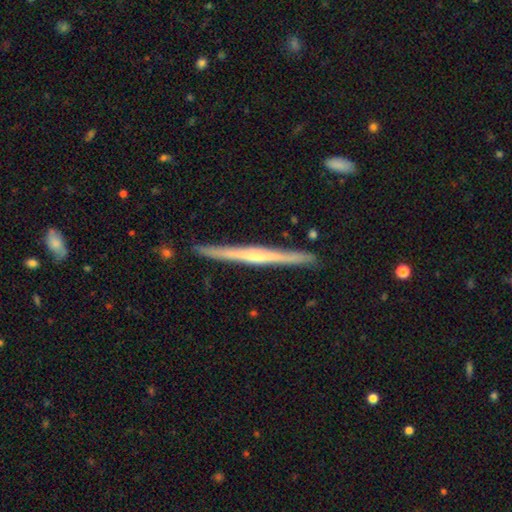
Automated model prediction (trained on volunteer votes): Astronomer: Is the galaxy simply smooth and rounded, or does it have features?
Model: featured or disk — 72%.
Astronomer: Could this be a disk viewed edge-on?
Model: yes — 98%.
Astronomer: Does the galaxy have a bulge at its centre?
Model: rounded — 49% (runner-up: none, 41%).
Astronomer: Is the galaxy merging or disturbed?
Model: none — 91%.